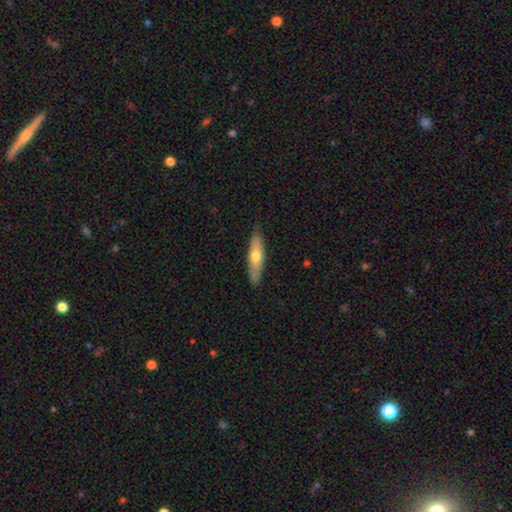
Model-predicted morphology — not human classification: Smooth or featured?
  - smooth: 55% *
  - featured or disk: 40%
  - star or artifact: 5%
How rounded?
  - cigar-shaped: 70% *
  - in between: 28%
  - round: 2%
Merging?
  - none: 86% *
  - minor disturbance: 11%
  - major disturbance: 2%
  - merger: 1%